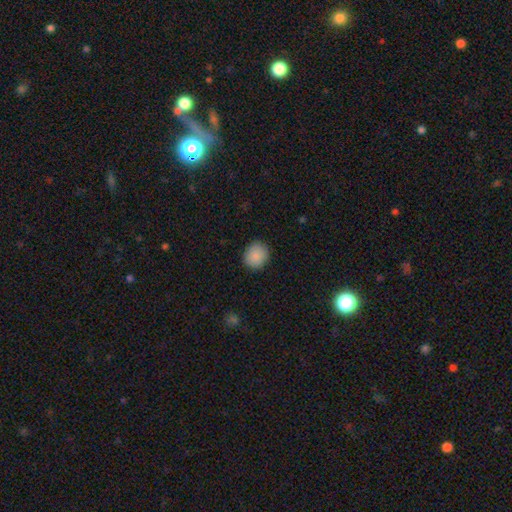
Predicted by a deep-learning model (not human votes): This is clearly a smooth galaxy (88%). How rounded: likely round (76%). Merging: clearly none (89%).